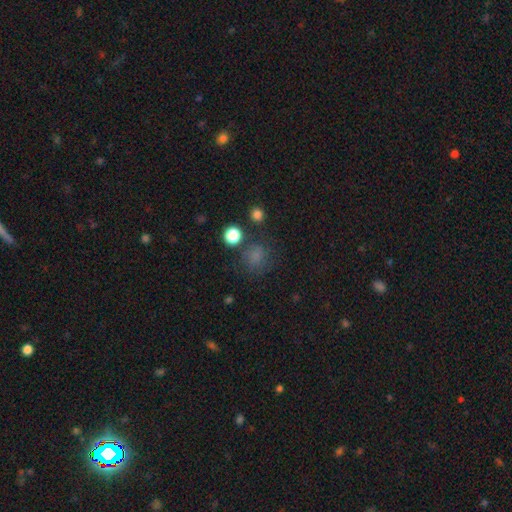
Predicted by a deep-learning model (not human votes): Q: Smooth or featured?
A: smooth (72%); runner-up: star or artifact (20%)
Q: How rounded?
A: round (78%); runner-up: in between (21%)
Q: Merging?
A: none (70%); runner-up: minor disturbance (16%)